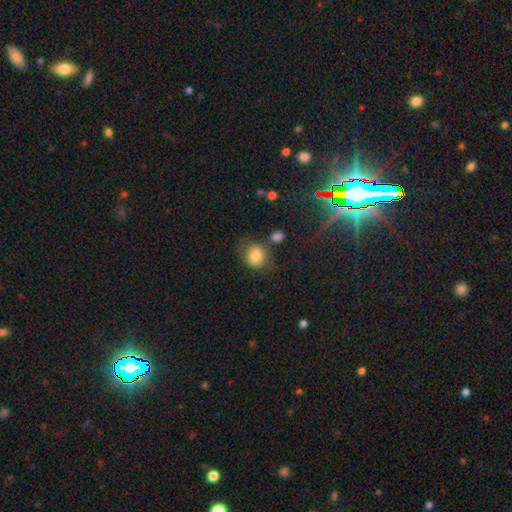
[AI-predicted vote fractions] Q: Smooth or featured?
A: smooth (81%); runner-up: featured or disk (10%)
Q: How rounded?
A: round (68%); runner-up: in between (31%)
Q: Merging?
A: none (60%); runner-up: minor disturbance (19%)